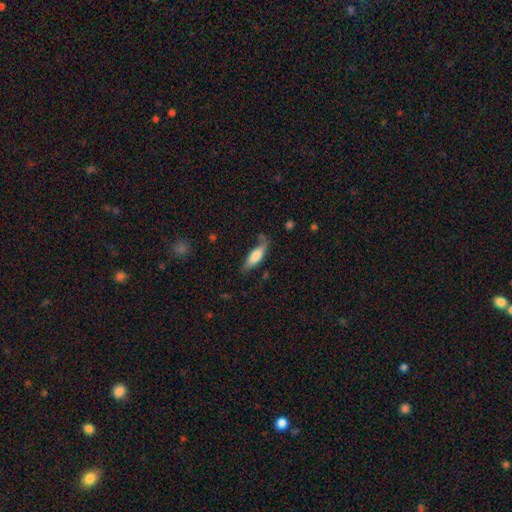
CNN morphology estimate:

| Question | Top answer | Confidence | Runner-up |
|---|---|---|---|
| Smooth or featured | smooth | 68% | featured or disk (25%) |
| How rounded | cigar-shaped | 51% | in between (47%) |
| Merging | none | 58% | minor disturbance (28%) |